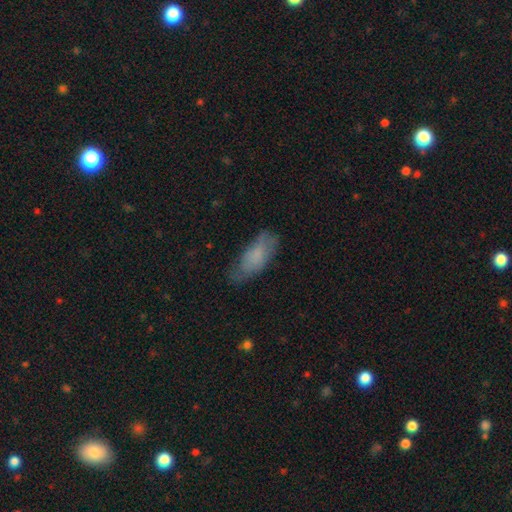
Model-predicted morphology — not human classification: Q: Smooth or featured?
A: smooth (72%); runner-up: featured or disk (21%)
Q: How rounded?
A: in between (79%); runner-up: cigar-shaped (19%)
Q: Merging?
A: none (61%); runner-up: minor disturbance (28%)